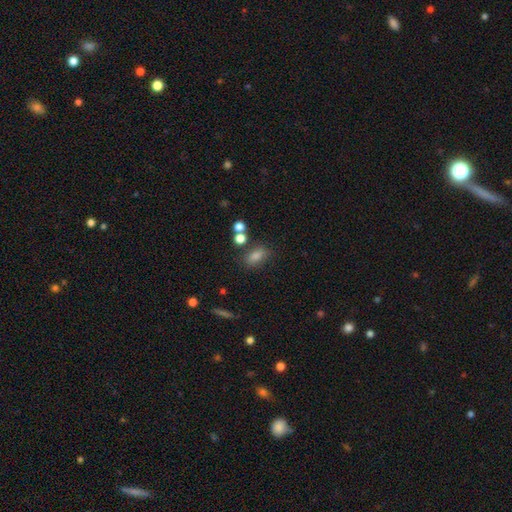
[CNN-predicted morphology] smooth-or-featured: smooth: 76% | star or artifact: 16% | featured or disk: 8%
  how-rounded: in between: 79% | round: 14% | cigar-shaped: 6%
  merging: none: 76% | minor disturbance: 12% | merger: 8% | major disturbance: 4%